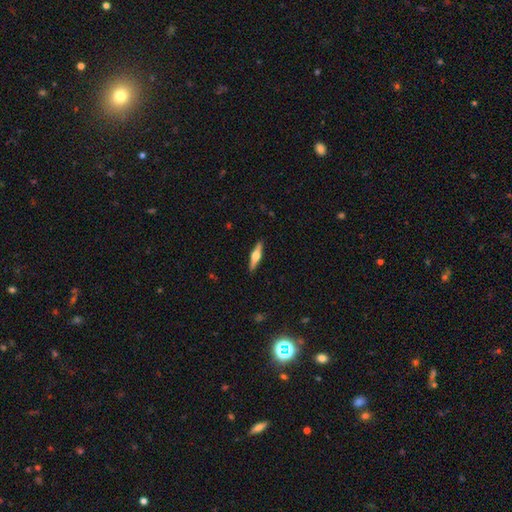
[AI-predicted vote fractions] This is likely a featured or disk galaxy (66%). It is clearly viewed edge-on (97%). Edge-on bulge: clearly rounded (92%). Merging: clearly none (90%).